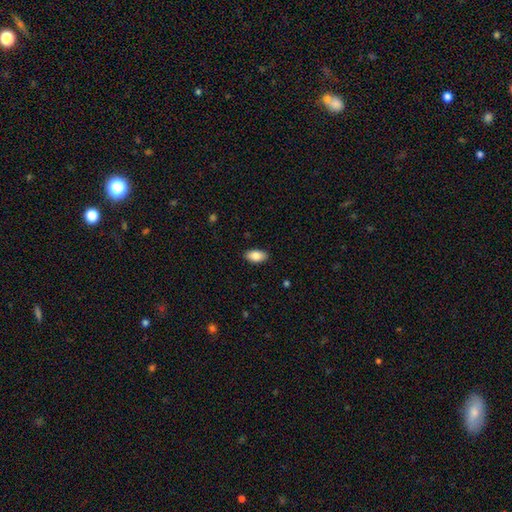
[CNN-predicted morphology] This is clearly a smooth galaxy (85%). How rounded: clearly in between (94%). Merging: clearly none (89%).